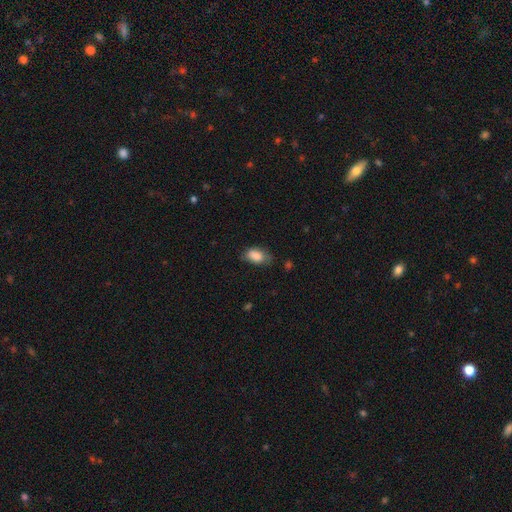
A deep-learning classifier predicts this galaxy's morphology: Smooth or featured? Predicted: smooth (p=0.84). How rounded? Predicted: in between (p=0.89). Merging? Predicted: none (p=0.61).